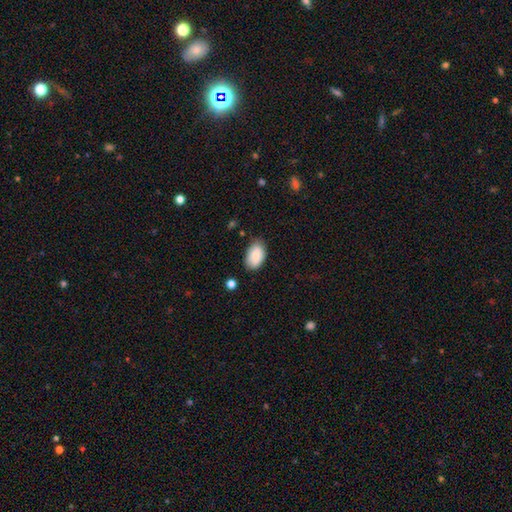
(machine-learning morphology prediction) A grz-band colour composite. It shows a smooth galaxy with no disk features (79%) that is in between round and cigar-shaped (92%). Merging: none (71%).